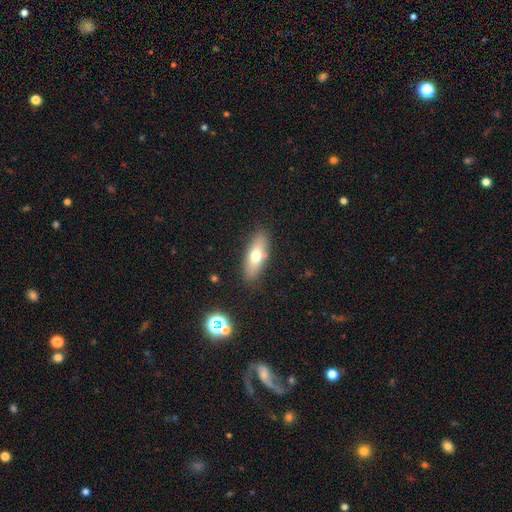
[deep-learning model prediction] smooth_or_featured: smooth (p=0.66) [alt: featured or disk p=0.26]
how_rounded: in between (p=0.69) [alt: cigar-shaped p=0.28]
merging: none (p=0.84) [alt: minor disturbance p=0.11]